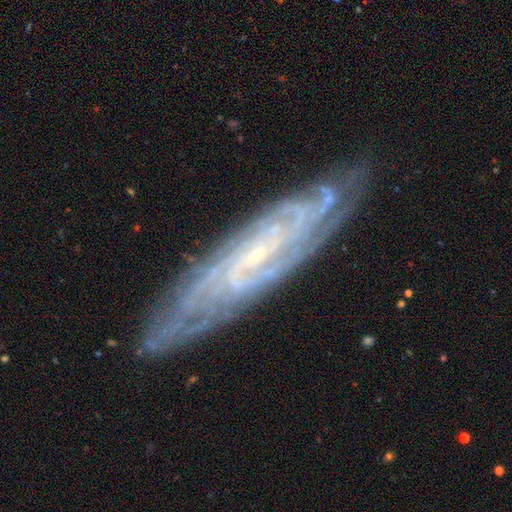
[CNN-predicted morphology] Smooth or featured?
  - featured or disk: 87% *
  - smooth: 7%
  - star or artifact: 6%
Edge-on disk?
  - no: 81% *
  - yes: 19%
Bar?
  - no: 46% *
  - weak: 37%
  - strong: 17%
Spiral arms?
  - yes: 98% *
  - no: 2%
Spiral winding?
  - tight: 72% *
  - medium: 23%
  - loose: 4%
Spiral arm count?
  - can't tell: 29% *
  - 4: 20%
  - 2: 16%
  - 3: 15%
  - more than 4: 14%
  - 1: 6%
Bulge size?
  - small: 83% *
  - moderate: 11%
  - none: 4%
  - large: 1%
  - dominant: 1%
Merging?
  - none: 81% *
  - minor disturbance: 14%
  - major disturbance: 3%
  - merger: 1%